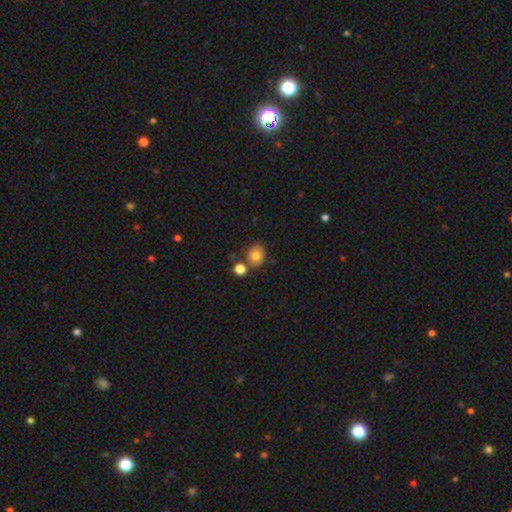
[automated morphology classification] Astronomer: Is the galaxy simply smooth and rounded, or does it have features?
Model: smooth — 77%.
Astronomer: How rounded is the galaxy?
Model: round — 67%.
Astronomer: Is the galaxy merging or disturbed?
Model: none — 68%.